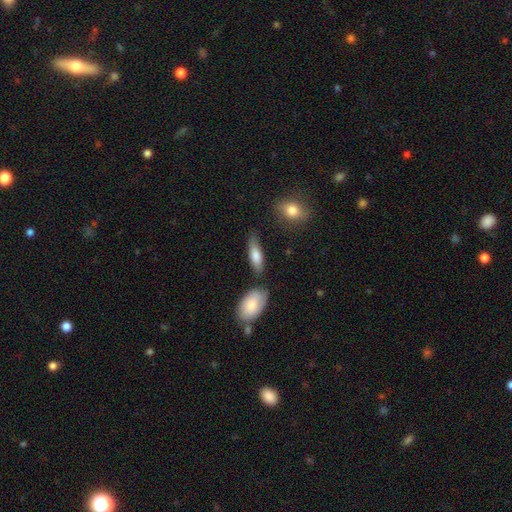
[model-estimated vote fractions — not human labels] Q: Smooth or featured?
A: smooth (77%); runner-up: featured or disk (17%)
Q: How rounded?
A: in between (60%); runner-up: cigar-shaped (37%)
Q: Merging?
A: none (68%); runner-up: minor disturbance (19%)